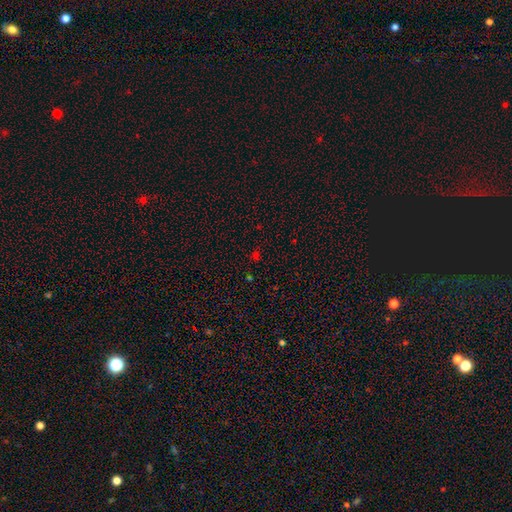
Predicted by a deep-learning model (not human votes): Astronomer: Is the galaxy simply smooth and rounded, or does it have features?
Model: star or artifact — 47%, tied with smooth at 47%.